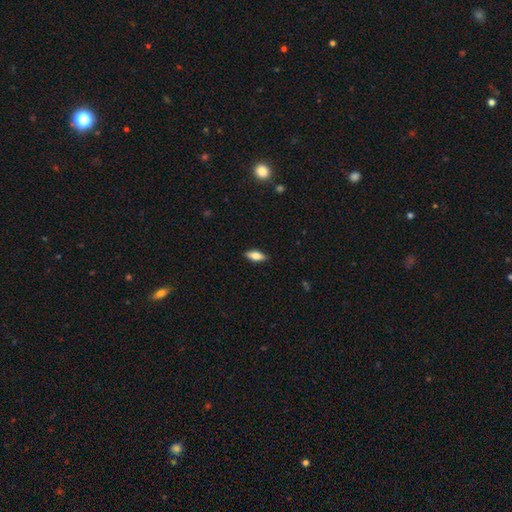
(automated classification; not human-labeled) The model was most divided on "smooth or featured": smooth: 69%, featured or disk: 24%, star or artifact: 7%. More confident: merging — none (88%); how rounded — in between (74%).